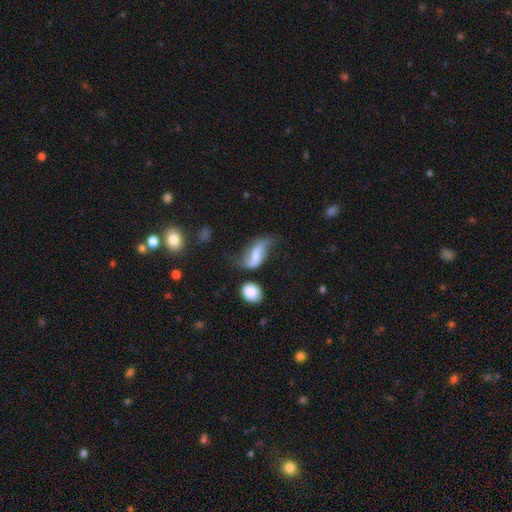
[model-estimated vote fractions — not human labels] Q: Smooth or featured?
A: featured or disk (57%); runner-up: smooth (34%)
Q: Edge-on disk?
A: no (93%); runner-up: yes (7%)
Q: Bar?
A: weak (38%); runner-up: strong (31%)
Q: Spiral arms?
A: yes (83%); runner-up: no (17%)
Q: Bulge size?
A: small (32%); runner-up: none (29%)
Q: Merging?
A: none (37%); runner-up: minor disturbance (27%)